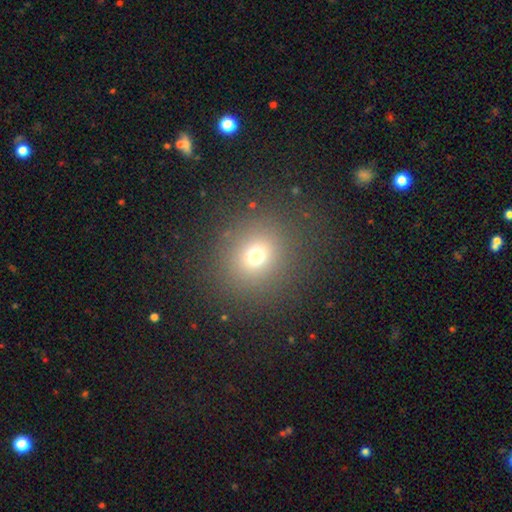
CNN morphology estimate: The model was most divided on "smooth or featured": smooth: 69%, star or artifact: 21%, featured or disk: 10%. More confident: how rounded — round (86%); merging — none (85%).